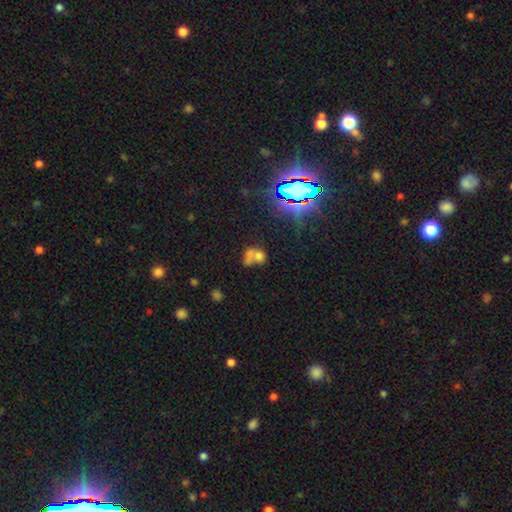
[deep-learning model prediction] Morphology: type=smooth (58%); roundness=round (51%); merging=merger (61%).